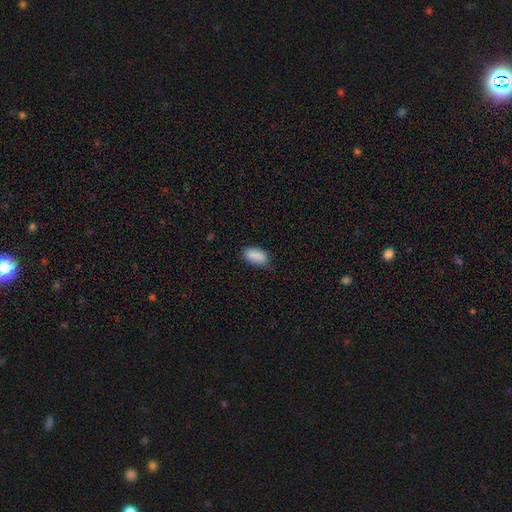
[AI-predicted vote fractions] This is clearly a smooth galaxy (88%). How rounded: clearly in between (92%). Merging: likely none (74%).